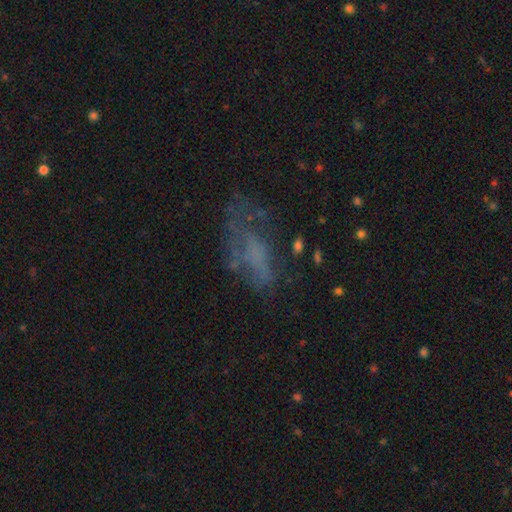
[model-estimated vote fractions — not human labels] Smooth or featured? Predicted: featured or disk (p=0.43). Merging? Predicted: none (p=0.41).